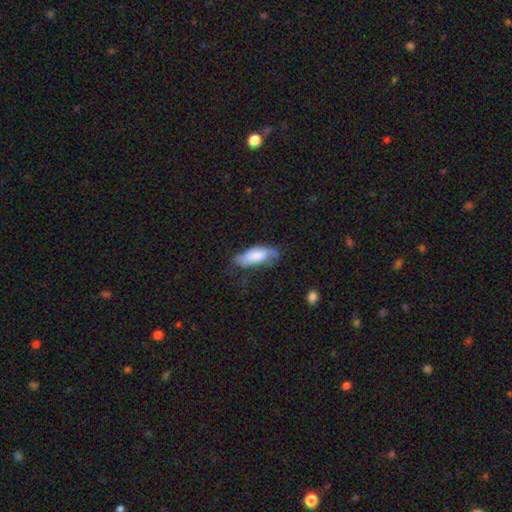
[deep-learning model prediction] This appears to be a smooth galaxy with no disk features (67%) that is in between round and cigar-shaped (79%). Merging: none (49%).